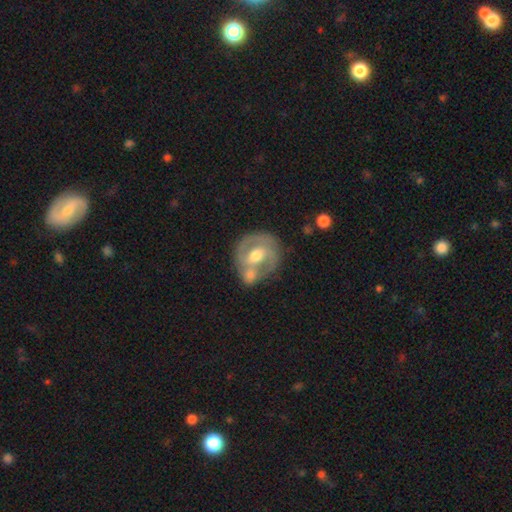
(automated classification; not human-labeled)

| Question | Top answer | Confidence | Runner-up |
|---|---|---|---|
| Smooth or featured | featured or disk | 75% | smooth (20%) |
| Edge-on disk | no | 96% | yes (4%) |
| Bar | weak | 44% | no (35%) |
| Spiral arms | yes | 75% | no (25%) |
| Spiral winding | tight | 53% | medium (36%) |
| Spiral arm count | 2 | 68% | can't tell (16%) |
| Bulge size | moderate | 76% | small (13%) |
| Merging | none | 50% | merger (27%) |